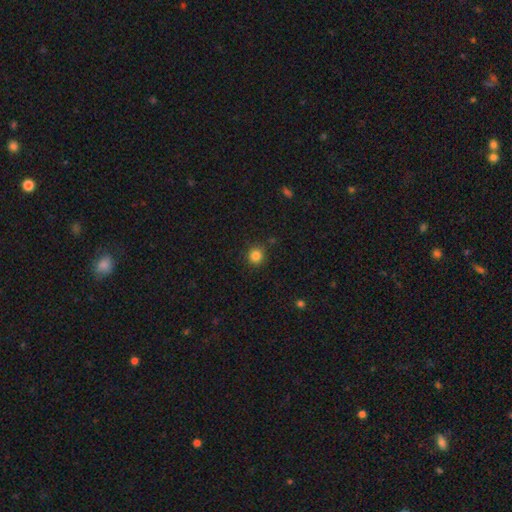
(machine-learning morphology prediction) Smooth or featured?
  - smooth: 84% *
  - star or artifact: 12%
  - featured or disk: 4%
How rounded?
  - round: 92% *
  - in between: 7%
  - cigar-shaped: 1%
Merging?
  - none: 88% *
  - minor disturbance: 8%
  - major disturbance: 2%
  - merger: 2%